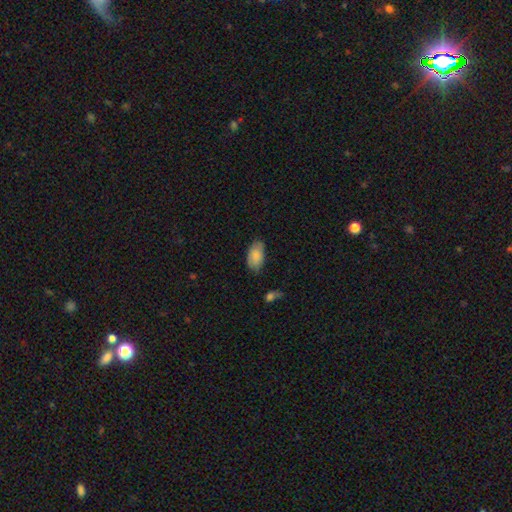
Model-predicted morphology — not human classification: type=smooth (84%); roundness=in between (94%); merging=none (73%).